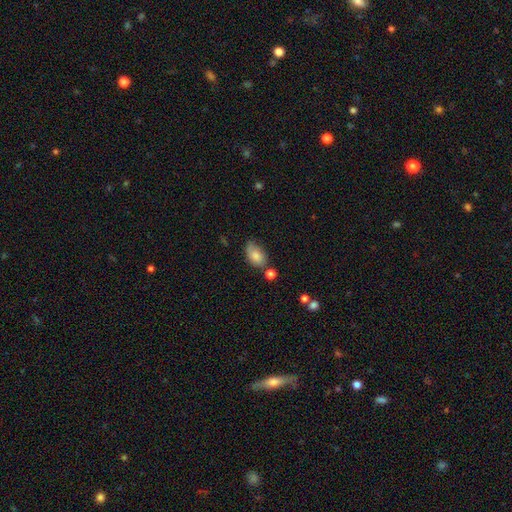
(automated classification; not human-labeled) This appears to be a smooth galaxy with no disk features (80%) that is in between round and cigar-shaped (90%). Merging: none (57%).